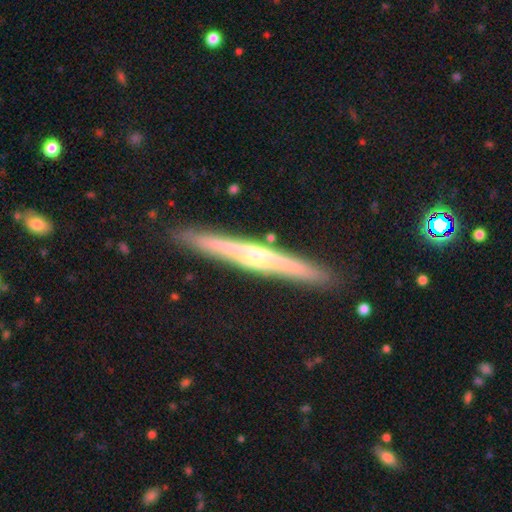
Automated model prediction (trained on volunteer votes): Q: Smooth or featured?
A: featured or disk (75%); runner-up: smooth (19%)
Q: Edge-on disk?
A: yes (97%); runner-up: no (3%)
Q: Edge-on bulge?
A: rounded (68%); runner-up: none (25%)
Q: Merging?
A: none (91%); runner-up: minor disturbance (7%)